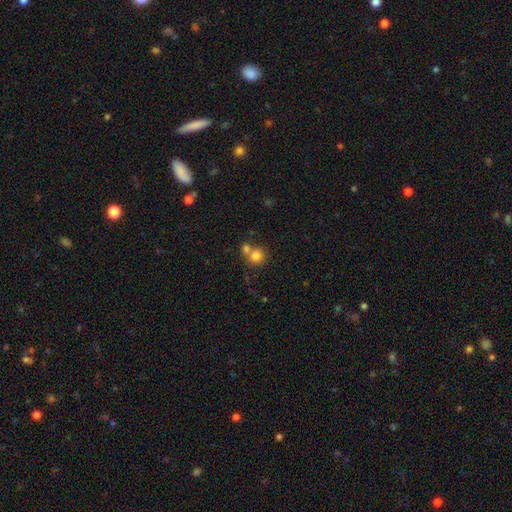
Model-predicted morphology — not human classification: Smooth or featured: smooth — 78% (star or artifact — 12%)
How rounded: round — 86% (in between — 13%)
Merging: none — 46% (merger — 43%)